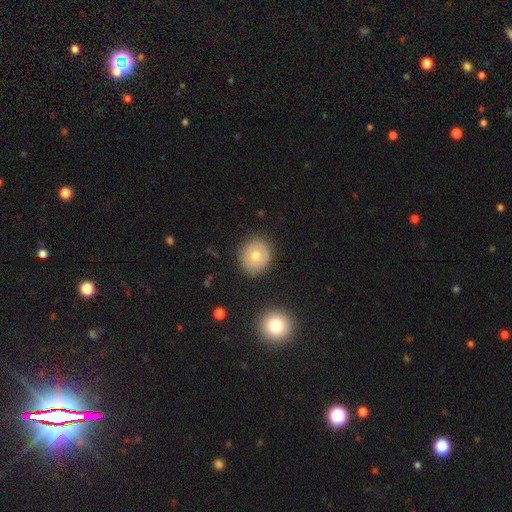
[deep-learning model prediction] A smooth galaxy with no disk features (68%) that is round (83%).

Vote fractions:
- Smooth or featured? smooth: 68% / featured or disk: 23% / star or artifact: 9%
- How rounded? round: 83% / in between: 16% / cigar-shaped: 1%
- Merging? none: 86% / minor disturbance: 10% / major disturbance: 3% / merger: 2%